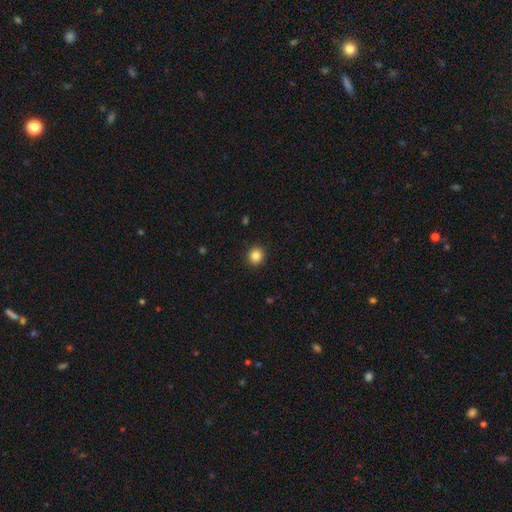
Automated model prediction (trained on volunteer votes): smooth 85%, star or artifact 11%, featured or disk 4%. Down the decision tree: how rounded — round (88%); merging — none (92%).